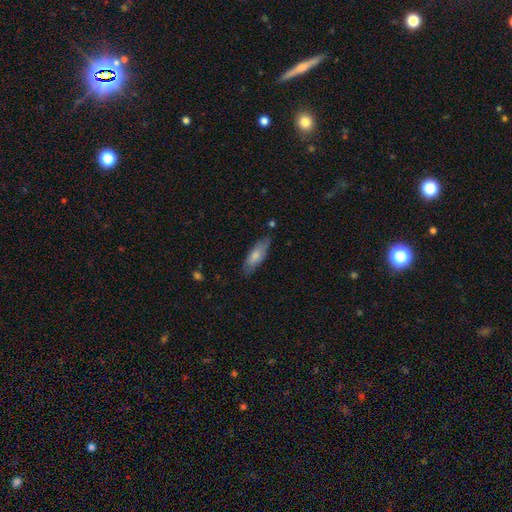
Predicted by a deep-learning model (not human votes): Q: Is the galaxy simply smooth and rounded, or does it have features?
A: smooth — 75%.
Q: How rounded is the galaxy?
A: in between — 62%.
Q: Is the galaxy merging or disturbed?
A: none — 77%.